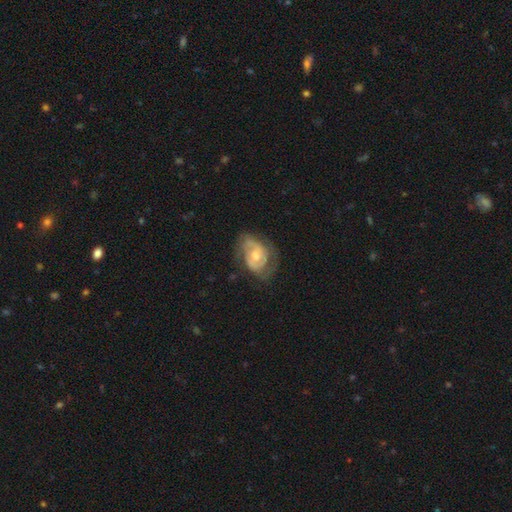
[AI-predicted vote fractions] This is likely a featured or disk galaxy (75%). It is clearly not viewed edge-on (97%). Bar: likely no (62%). Spiral arm pattern: clearly yes (85%). Spiral arm count: possibly 2 (58%). Spiral winding: possibly tight (50%). Central bulge: possibly moderate (56%). Merging: possibly none (59%).